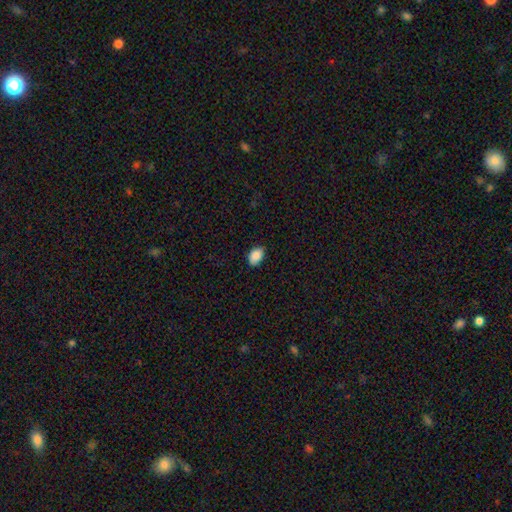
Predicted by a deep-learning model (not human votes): This appears to be a smooth galaxy with no disk features (88%) that is in between round and cigar-shaped (85%). Merging: none (77%).